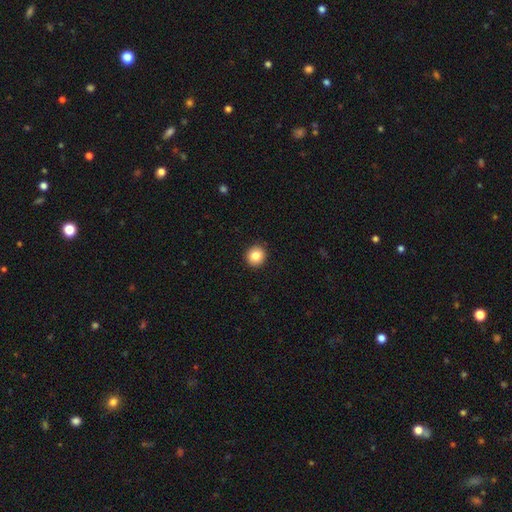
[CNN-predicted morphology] Smooth or featured? Predicted: smooth (p=0.84). How rounded? Predicted: round (p=0.91). Merging? Predicted: none (p=0.92).